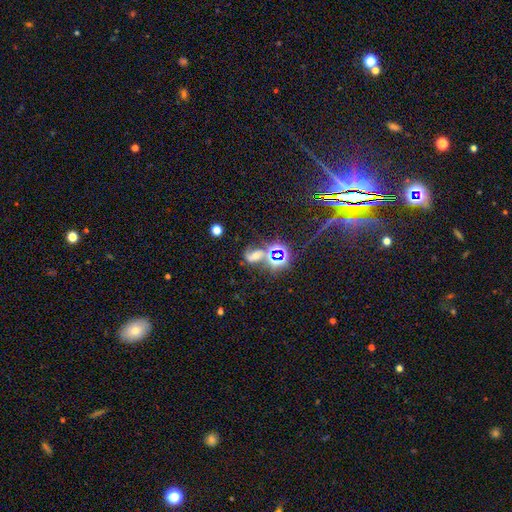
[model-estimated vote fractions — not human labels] A star or artifact, not a galaxy (41%).

Vote fractions:
- Smooth or featured? star or artifact: 41% / featured or disk: 30% / smooth: 29%